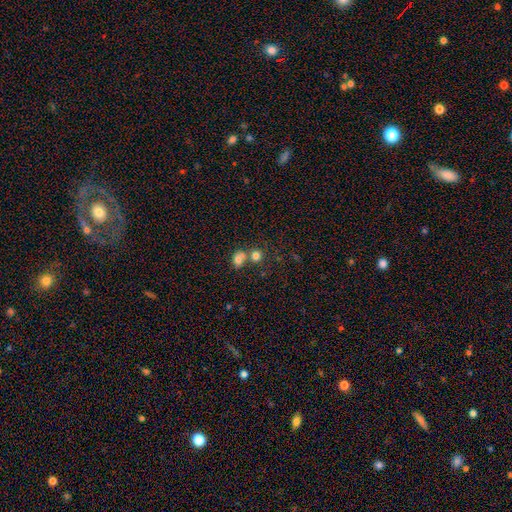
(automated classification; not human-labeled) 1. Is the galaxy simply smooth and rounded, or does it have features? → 76% smooth, 13% star or artifact, 11% featured or disk.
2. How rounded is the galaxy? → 75% round, 24% in between, 1% cigar-shaped.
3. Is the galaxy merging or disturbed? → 50% merger, 40% none, 7% minor disturbance, 3% major disturbance.